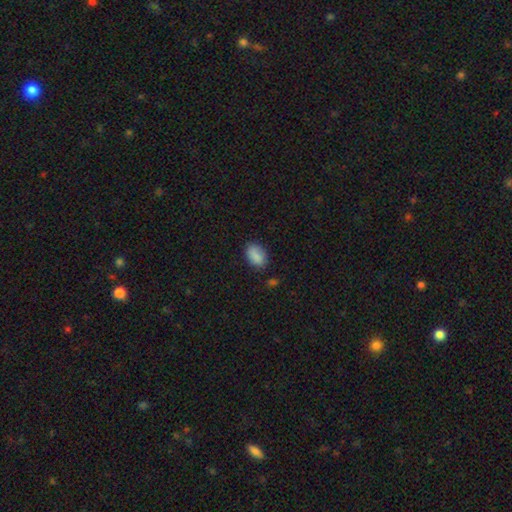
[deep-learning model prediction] smooth-or-featured: smooth: 87% | star or artifact: 8% | featured or disk: 5%
  how-rounded: in between: 90% | round: 8% | cigar-shaped: 2%
  merging: none: 79% | minor disturbance: 15% | major disturbance: 3% | merger: 2%